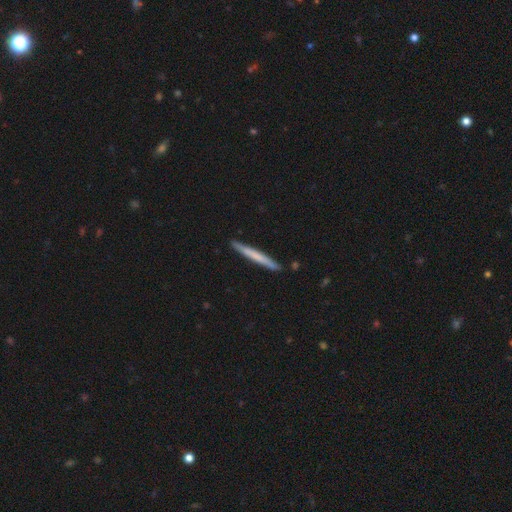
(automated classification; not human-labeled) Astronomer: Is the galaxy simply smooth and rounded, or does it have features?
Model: smooth — 60%.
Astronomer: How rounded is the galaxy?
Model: cigar-shaped — 97%.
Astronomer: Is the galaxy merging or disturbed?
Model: none — 90%.